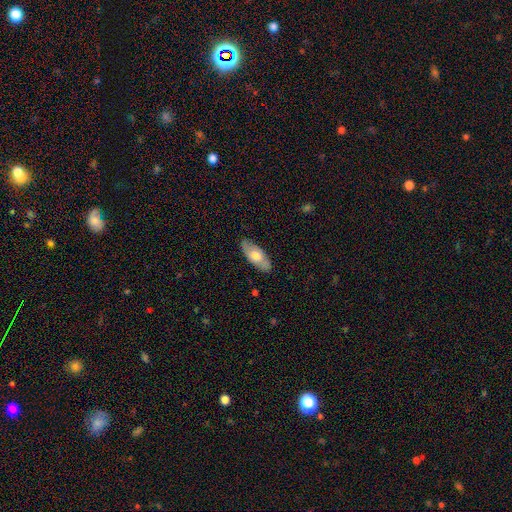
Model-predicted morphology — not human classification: Smooth or featured? smooth (59%)
How rounded? in between (86%)
Merging? none (83%)